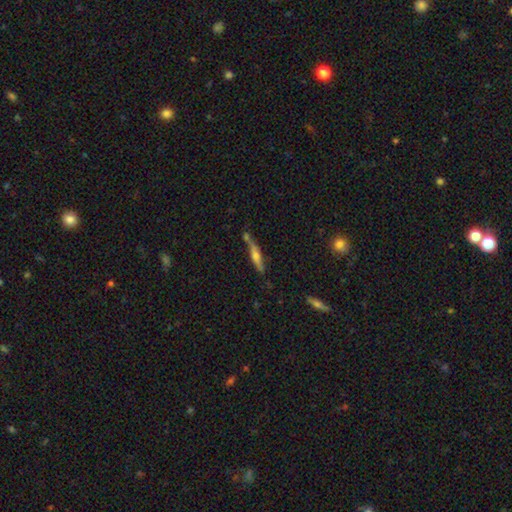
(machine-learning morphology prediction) Smooth or featured? Predicted: featured or disk (p=0.53). Edge-on disk? Predicted: yes (p=0.89). Merging? Predicted: none (p=0.62).